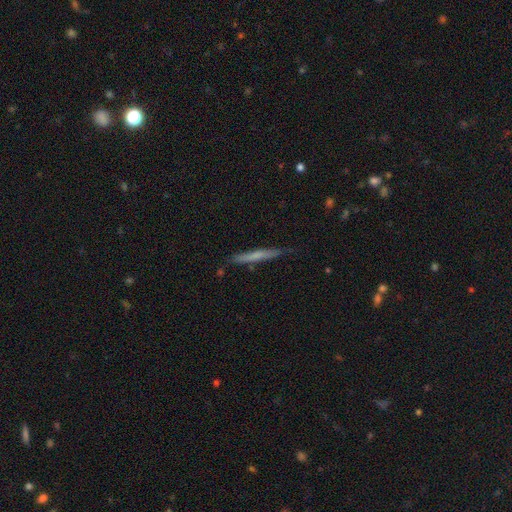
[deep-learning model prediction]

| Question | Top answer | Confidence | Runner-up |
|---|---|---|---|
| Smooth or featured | smooth | 55% | featured or disk (40%) |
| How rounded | cigar-shaped | 96% | in between (3%) |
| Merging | none | 83% | minor disturbance (13%) |